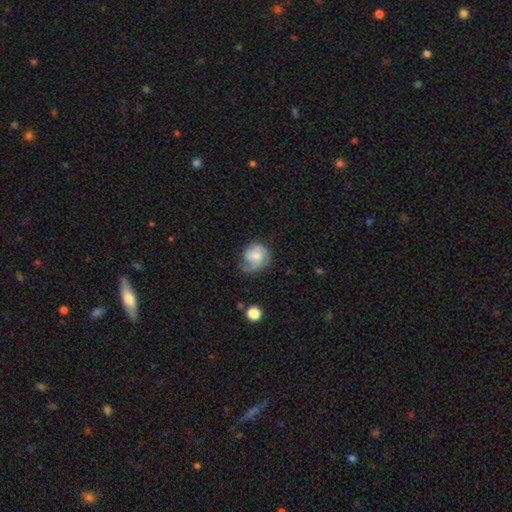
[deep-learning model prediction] This appears to be a smooth galaxy with no disk features (59%) that is round (64%). Merging: none (39%).